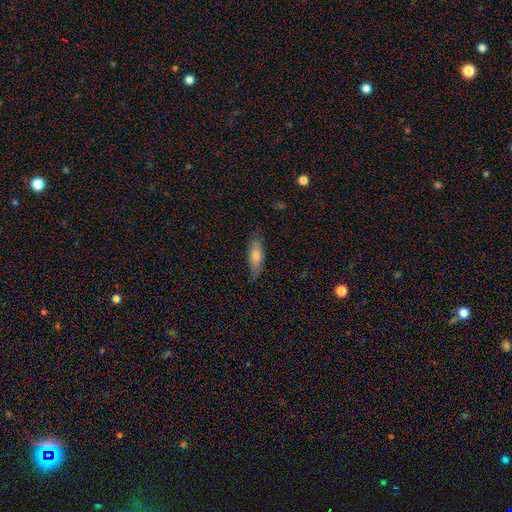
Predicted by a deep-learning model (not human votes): Morphology: type=smooth (64%); roundness=in between (52%); merging=none (80%).